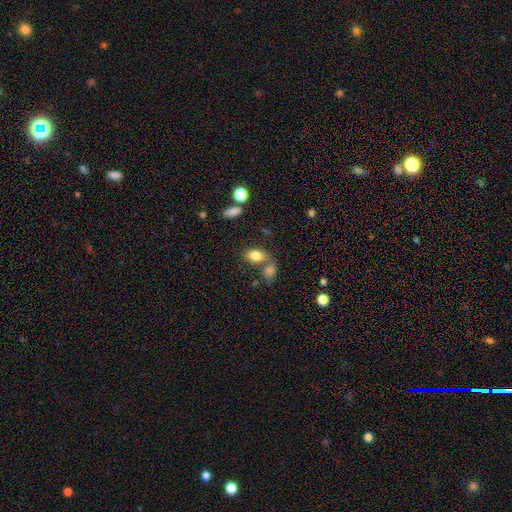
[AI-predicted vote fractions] This appears to be a smooth galaxy with no disk features (80%) that is in between round and cigar-shaped (87%). Merging: none (57%).